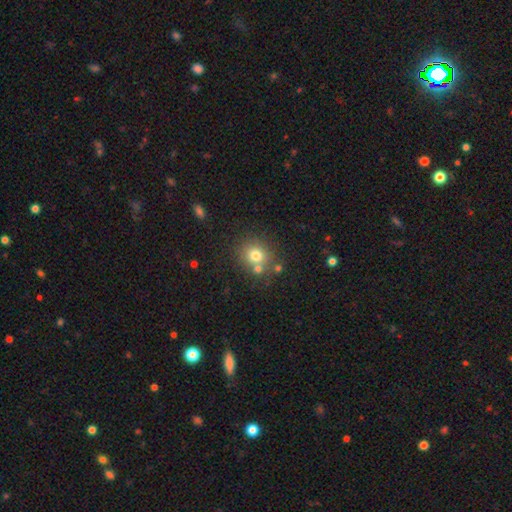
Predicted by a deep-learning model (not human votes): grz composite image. It shows a smooth galaxy with no disk features (75%) that is round (84%). Merging: none (68%).